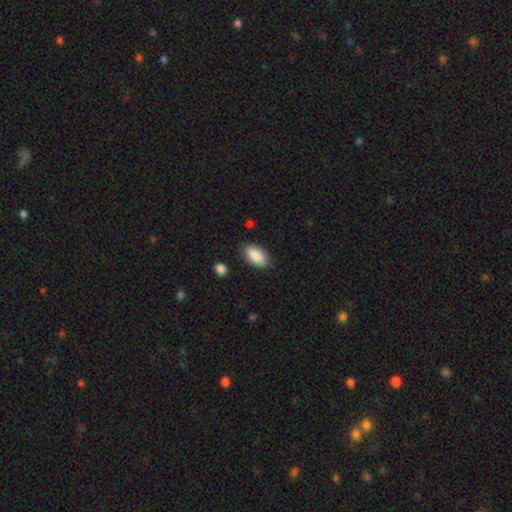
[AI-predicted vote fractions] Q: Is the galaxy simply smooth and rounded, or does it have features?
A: smooth — 86%.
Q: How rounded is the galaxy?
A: in between — 92%.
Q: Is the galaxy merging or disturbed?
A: none — 84%.